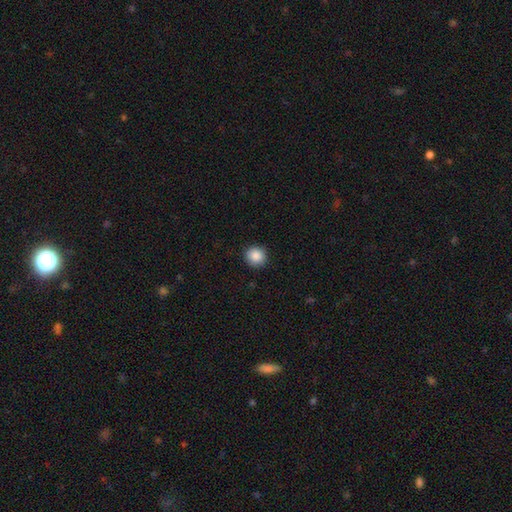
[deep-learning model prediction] A smooth galaxy with no disk features (87%) that is round (92%). Merging: none (89%).